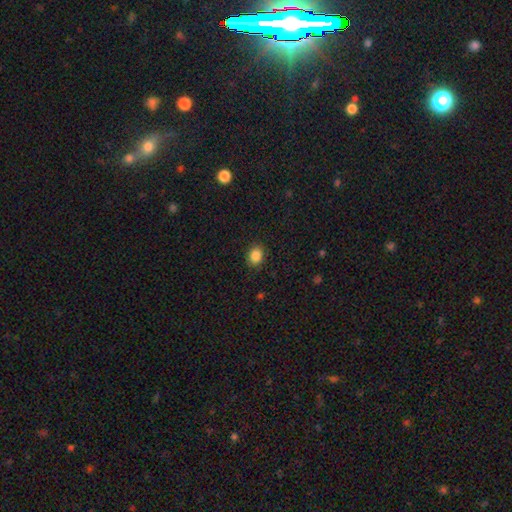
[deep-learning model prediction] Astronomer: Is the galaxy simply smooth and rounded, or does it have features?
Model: smooth — 86%.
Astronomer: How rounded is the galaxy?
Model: in between — 55% (runner-up: round, 44%).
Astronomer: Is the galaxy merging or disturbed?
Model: none — 89%.